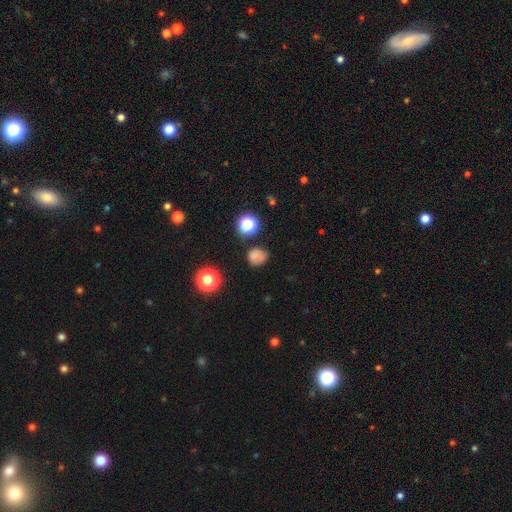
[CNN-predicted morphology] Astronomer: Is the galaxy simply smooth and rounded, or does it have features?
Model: smooth — 73%.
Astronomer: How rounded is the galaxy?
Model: round — 80%.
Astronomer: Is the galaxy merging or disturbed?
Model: none — 66%.